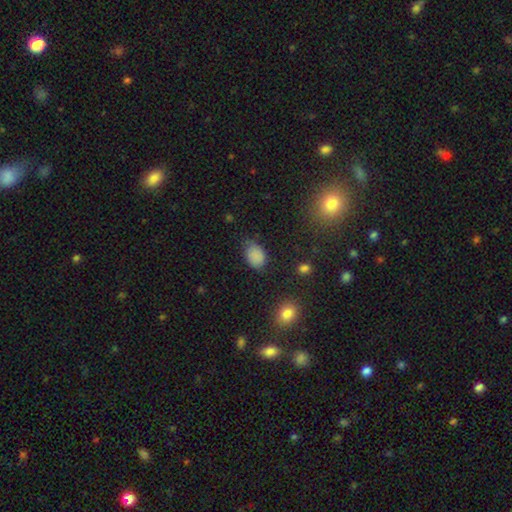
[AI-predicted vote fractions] Smooth or featured: smooth — 82% (star or artifact — 11%)
How rounded: in between — 79% (round — 19%)
Merging: none — 55% (minor disturbance — 34%)